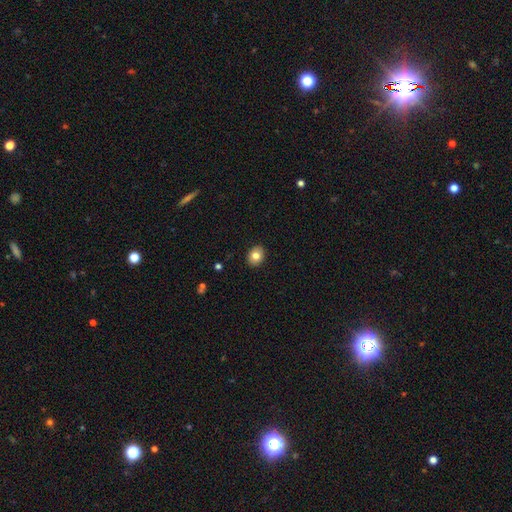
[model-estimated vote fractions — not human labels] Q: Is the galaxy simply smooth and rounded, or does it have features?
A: smooth — 81%.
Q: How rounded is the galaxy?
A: round — 50%.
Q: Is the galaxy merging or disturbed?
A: none — 91%.